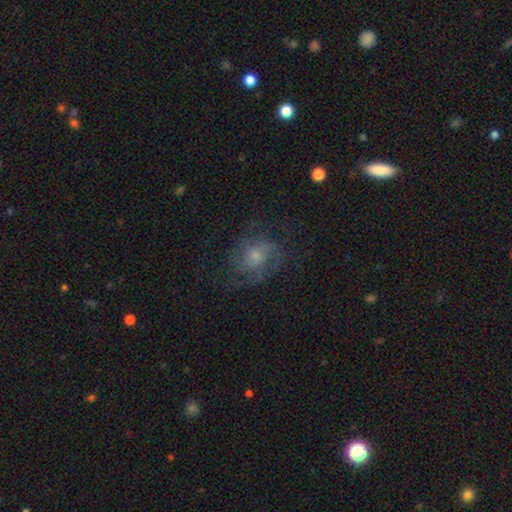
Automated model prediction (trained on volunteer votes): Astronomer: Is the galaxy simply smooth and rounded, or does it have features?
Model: featured or disk — 72%.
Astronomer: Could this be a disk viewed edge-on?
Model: no — 98%.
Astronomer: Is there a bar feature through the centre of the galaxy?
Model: no — 70%.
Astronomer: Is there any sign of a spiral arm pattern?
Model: yes — 90%.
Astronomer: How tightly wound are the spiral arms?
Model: medium — 48% (runner-up: tight, 33%).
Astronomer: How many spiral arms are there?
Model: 2 — 36% (runner-up: can't tell, 25%).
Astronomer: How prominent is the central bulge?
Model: small — 55% (runner-up: moderate, 34%).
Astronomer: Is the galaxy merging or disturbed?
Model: none — 62%.